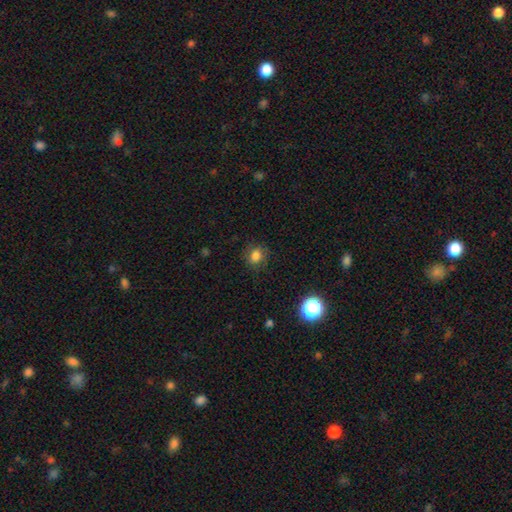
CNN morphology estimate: Smooth or featured? Predicted: smooth (p=0.80). How rounded? Predicted: round (p=0.68). Merging? Predicted: none (p=0.81).